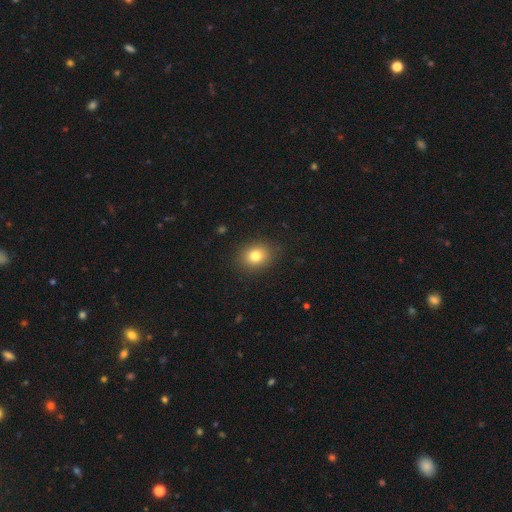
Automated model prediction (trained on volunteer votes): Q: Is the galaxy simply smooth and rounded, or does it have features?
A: smooth — 80%.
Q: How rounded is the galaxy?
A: round — 61%.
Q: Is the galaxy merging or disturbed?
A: none — 89%.